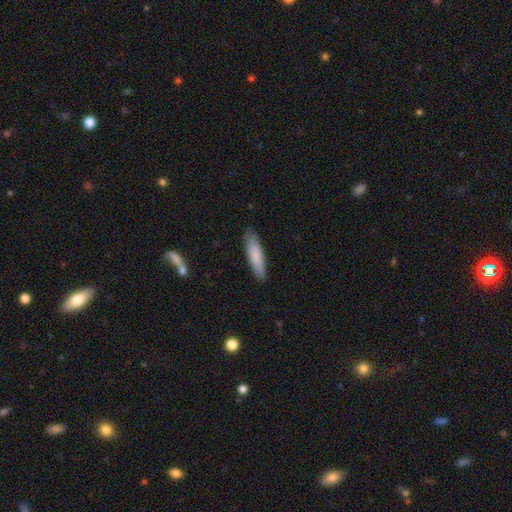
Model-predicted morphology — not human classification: This appears to be a smooth galaxy with no disk features (81%) that is cigar-shaped (70%). Merging: none (84%).